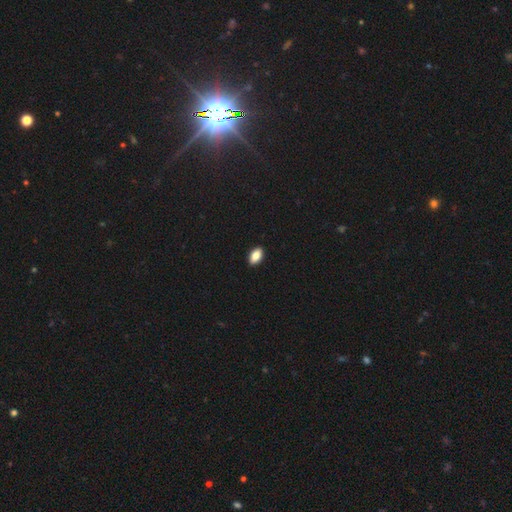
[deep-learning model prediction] Morphology: type=smooth (86%); roundness=in between (93%); merging=none (91%).